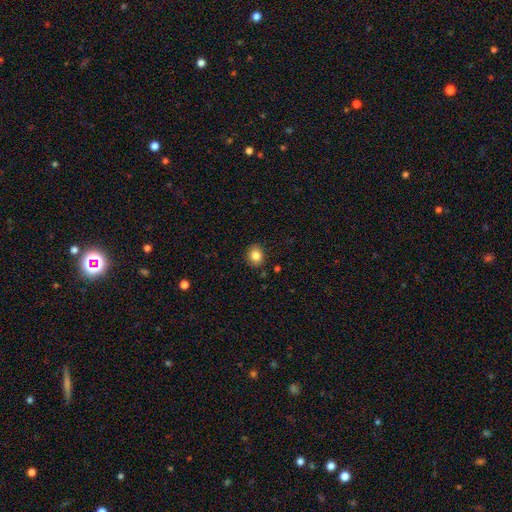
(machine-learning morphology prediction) Q: Smooth or featured?
A: smooth (84%); runner-up: star or artifact (10%)
Q: How rounded?
A: round (63%); runner-up: in between (36%)
Q: Merging?
A: none (88%); runner-up: minor disturbance (9%)